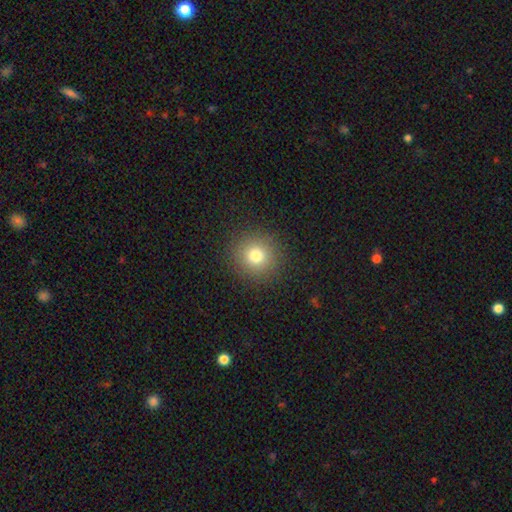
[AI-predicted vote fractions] Smooth or featured? smooth (77%)
How rounded? round (94%)
Merging? none (90%)